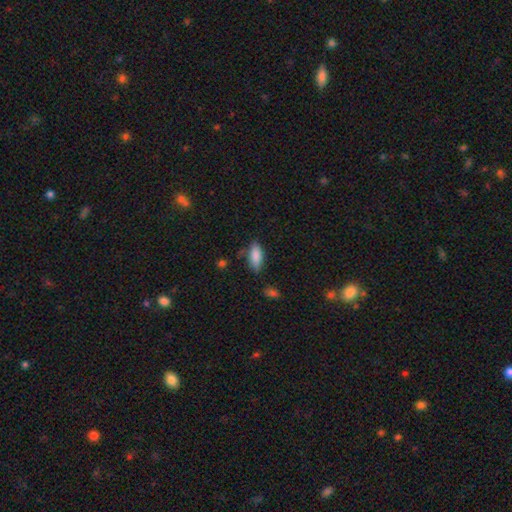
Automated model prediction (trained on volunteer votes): This is clearly a smooth galaxy (84%). How rounded: clearly in between (81%). Merging: likely none (71%).